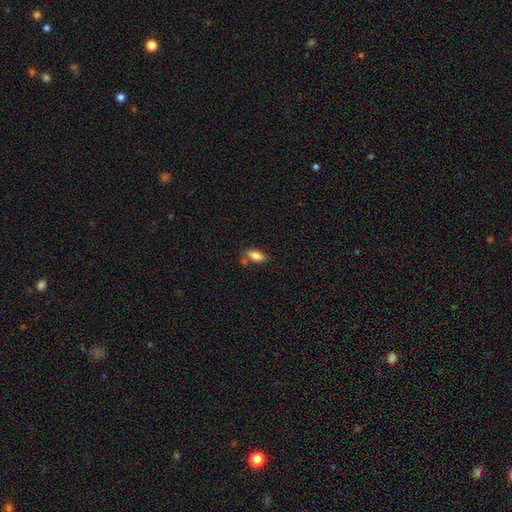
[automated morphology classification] This is clearly a smooth galaxy (82%). How rounded: clearly in between (83%). Merging: likely none (62%).